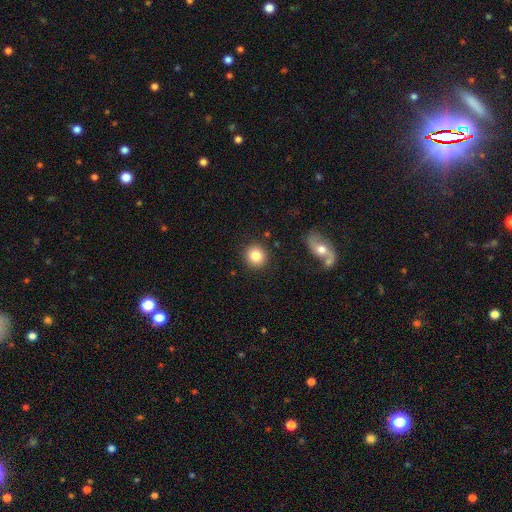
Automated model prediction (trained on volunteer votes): Morphology: type=smooth (84%); roundness=round (90%); merging=none (89%).